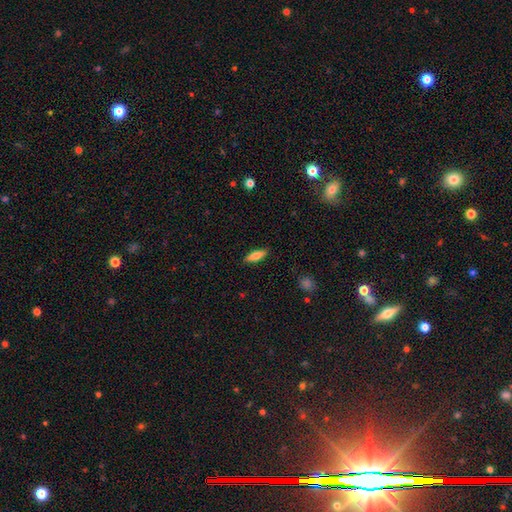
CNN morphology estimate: A smooth galaxy with no disk features (74%) that is in between round and cigar-shaped (57%). Merging: none (88%).